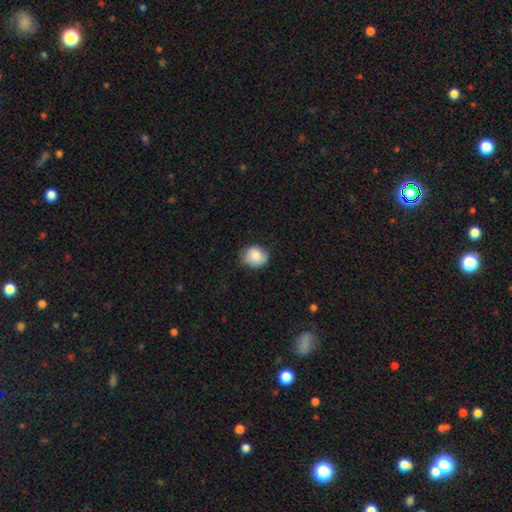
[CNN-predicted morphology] Smooth or featured: smooth — 80% (featured or disk — 12%)
How rounded: round — 63% (in between — 36%)
Merging: none — 71% (minor disturbance — 24%)